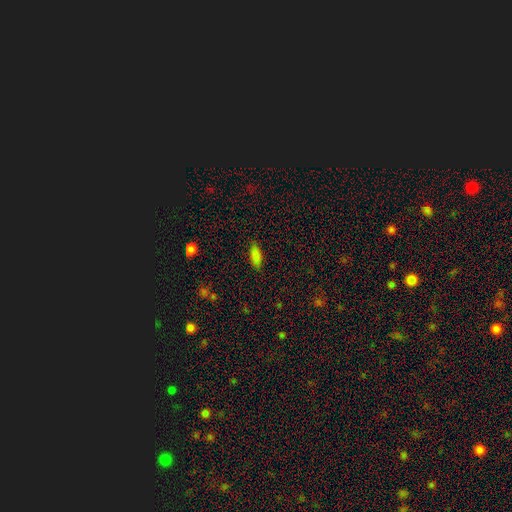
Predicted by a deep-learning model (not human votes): Morphology: type=smooth (85%); roundness=in between (78%); merging=none (85%).